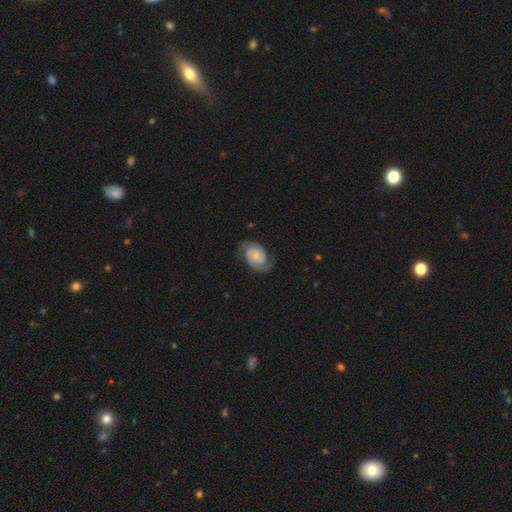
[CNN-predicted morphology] featured or disk 85%, smooth 10%, star or artifact 5%. Down the decision tree: edge-on disk — no (98%); bar — no (70%); spiral arms — yes (97%); spiral arm count — 2 (93%); spiral winding — tight (47%); bulge size — small (54%); merging — none (79%).